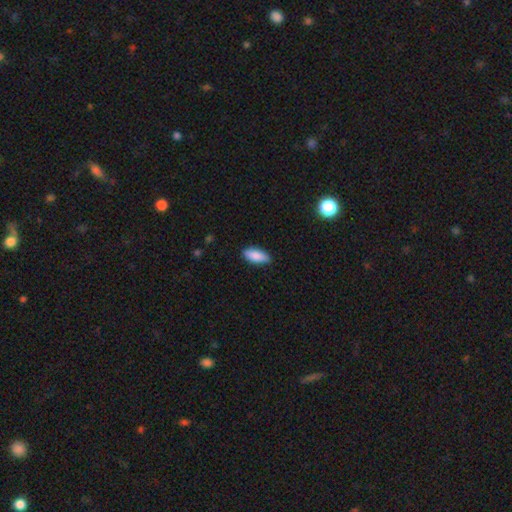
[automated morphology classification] smooth-or-featured: smooth: 87% | featured or disk: 7% | star or artifact: 6%
  how-rounded: in between: 82% | cigar-shaped: 16% | round: 2%
  merging: none: 85% | minor disturbance: 12% | major disturbance: 2% | merger: 1%